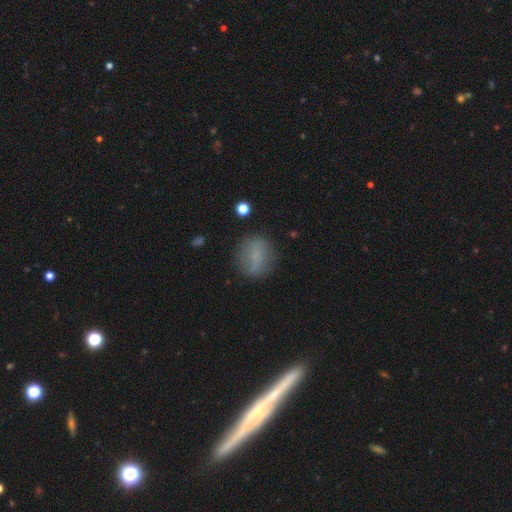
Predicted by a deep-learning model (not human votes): smooth 70%, featured or disk 20%, star or artifact 10%. Down the decision tree: how rounded — round (57%); merging — none (79%).